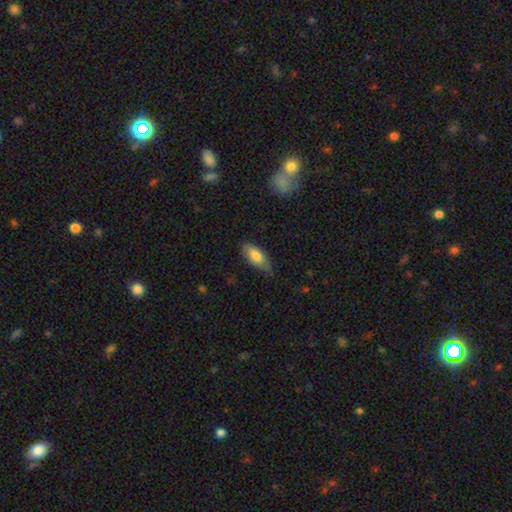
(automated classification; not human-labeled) smooth-or-featured: smooth: 78% | featured or disk: 16% | star or artifact: 6%
  how-rounded: in between: 85% | cigar-shaped: 13% | round: 2%
  merging: none: 63% | minor disturbance: 31% | major disturbance: 5% | merger: 1%